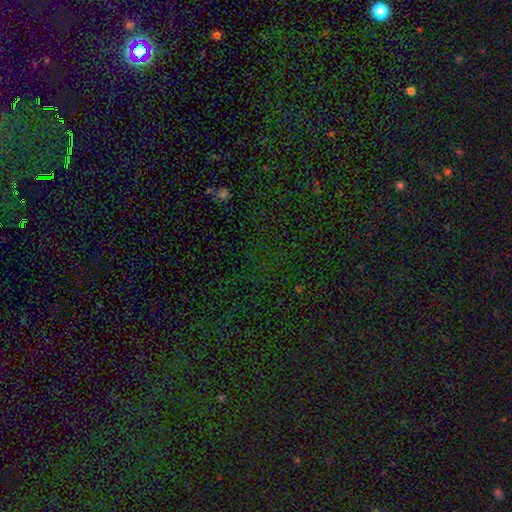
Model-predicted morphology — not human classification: Smooth or featured: star or artifact — 80% (smooth — 12%)